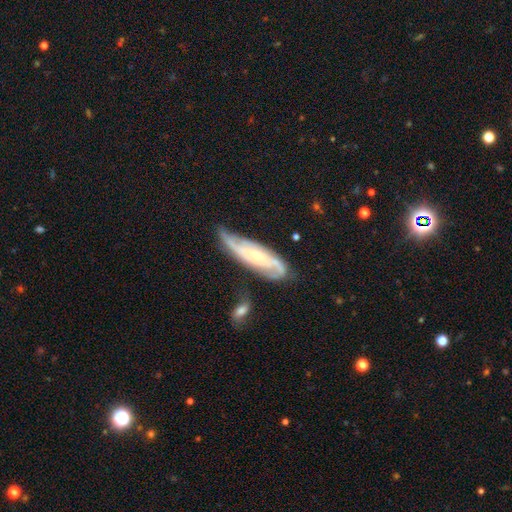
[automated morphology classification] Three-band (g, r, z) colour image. It shows a featured or disk galaxy (81%) with no bar (61%), 2 (58%) tight (41%) spiral arms (94%) and a small central bulge (66%). Merging: none (61%).